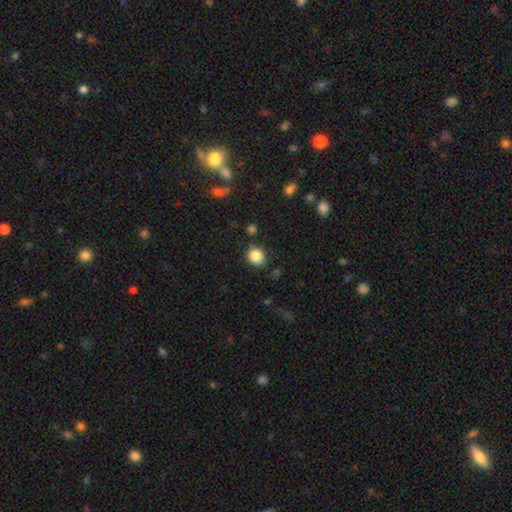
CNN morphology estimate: smooth 85%, star or artifact 10%, featured or disk 5%. Down the decision tree: how rounded — round (77%); merging — none (82%).